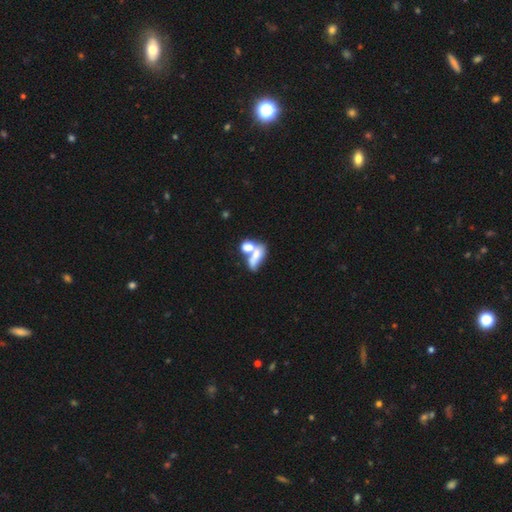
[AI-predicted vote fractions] Smooth or featured: smooth — 62% (featured or disk — 27%)
How rounded: in between — 76% (round — 14%)
Merging: merger — 66% (none — 18%)